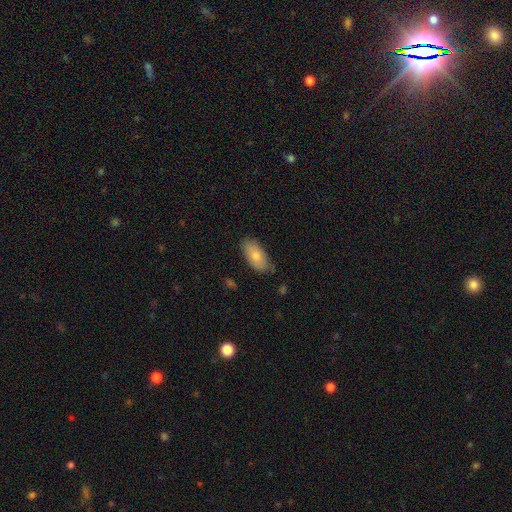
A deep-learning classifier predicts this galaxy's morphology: type=smooth (77%); roundness=in between (92%); merging=none (73%).